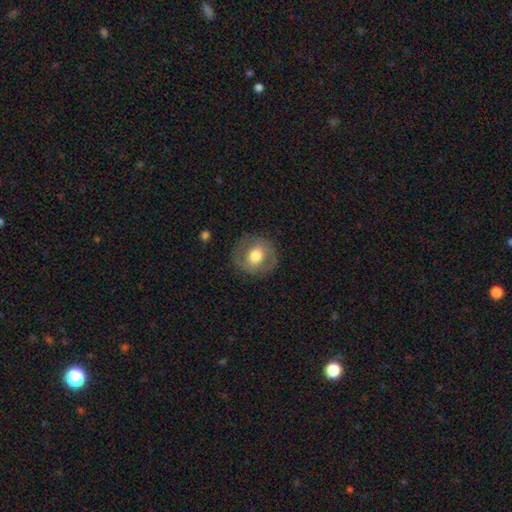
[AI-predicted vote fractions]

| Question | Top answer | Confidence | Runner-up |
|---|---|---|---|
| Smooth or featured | smooth | 55% | featured or disk (37%) |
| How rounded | round | 85% | in between (14%) |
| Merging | none | 82% | minor disturbance (12%) |